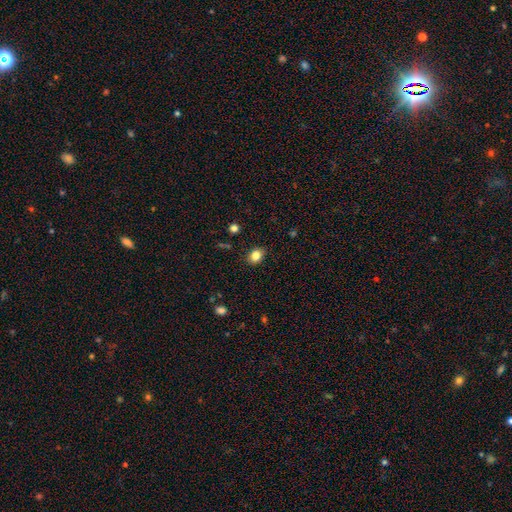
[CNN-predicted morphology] A smooth galaxy with no disk features (84%) that is in between round and cigar-shaped (62%). Merging: none (87%).